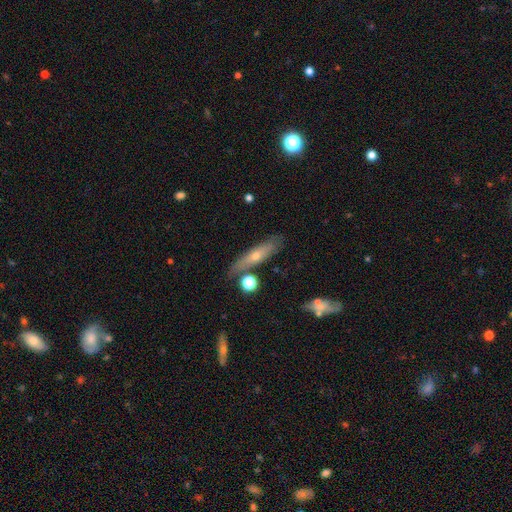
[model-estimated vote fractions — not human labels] Smooth or featured?
  - featured or disk: 46% * (tied)
  - smooth: 46% * (tied)
  - star or artifact: 8%
Merging?
  - none: 78% *
  - minor disturbance: 14%
  - merger: 5%
  - major disturbance: 3%